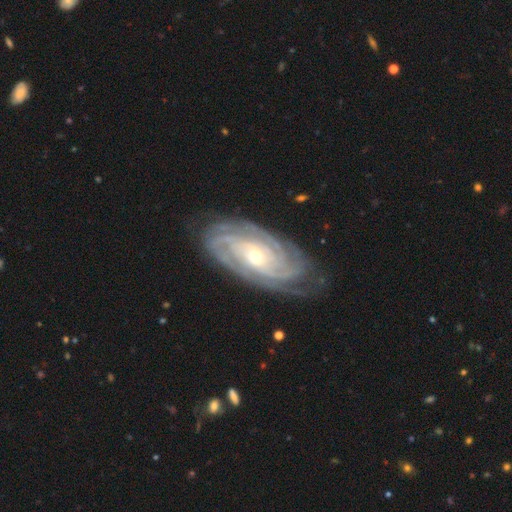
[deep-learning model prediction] A featured or disk galaxy (89%) with no bar (67%), 4 (29%) tight (79%) spiral arms (98%) and a small central bulge (61%). Merging: none (80%).